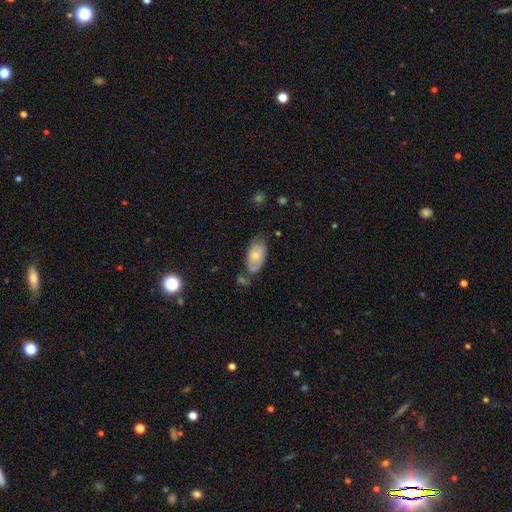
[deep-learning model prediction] A smooth galaxy with no disk features (63%) that is in between round and cigar-shaped (93%). Merging: none (49%).